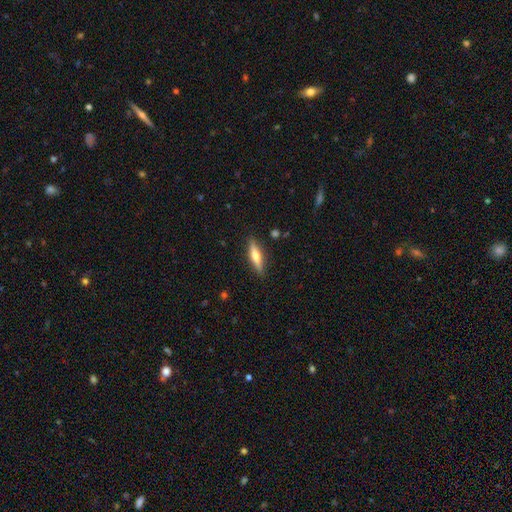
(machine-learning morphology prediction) Smooth or featured?
  - featured or disk: 51% *
  - smooth: 43%
  - star or artifact: 6%
Edge-on disk?
  - yes: 93% *
  - no: 7%
Merging?
  - none: 89% *
  - minor disturbance: 8%
  - major disturbance: 2%
  - merger: 1%